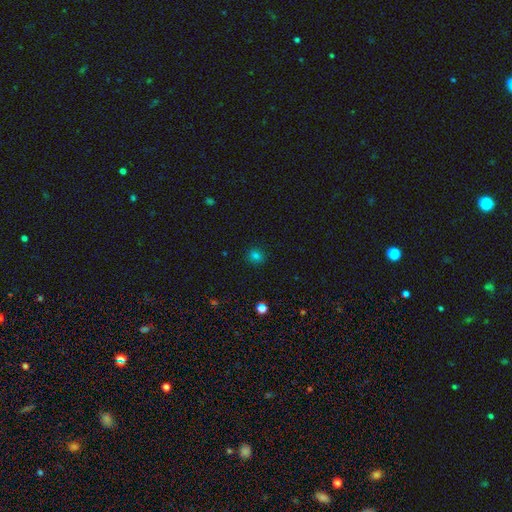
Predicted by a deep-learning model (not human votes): The model was most divided on "smooth or featured": smooth: 77%, star or artifact: 18%, featured or disk: 5%. More confident: merging — none (89%); how rounded — round (80%).